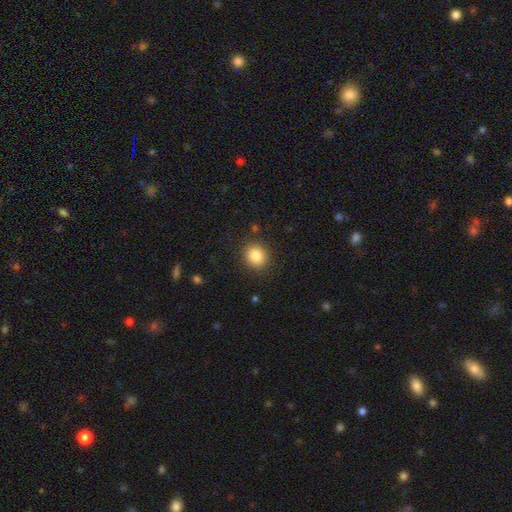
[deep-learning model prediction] This is clearly a smooth galaxy (84%). How rounded: clearly round (85%). Merging: clearly none (88%).